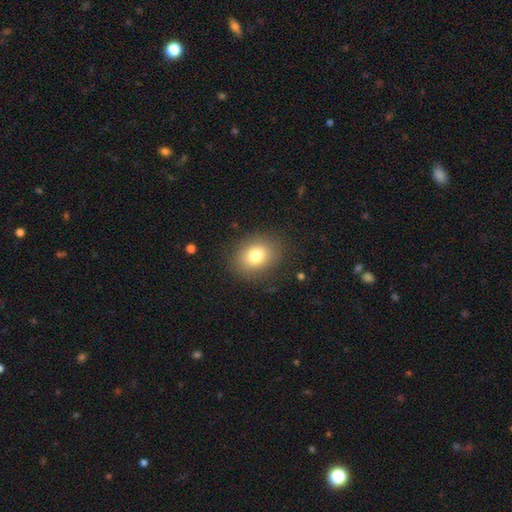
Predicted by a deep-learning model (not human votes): Smooth or featured?
  - smooth: 79% *
  - star or artifact: 10%
  - featured or disk: 10%
How rounded?
  - in between: 51% *
  - round: 48%
  - cigar-shaped: 1%
Merging?
  - none: 85% *
  - minor disturbance: 10%
  - major disturbance: 4%
  - merger: 1%